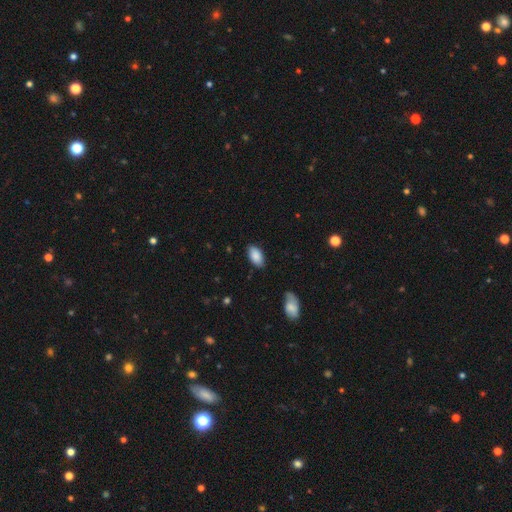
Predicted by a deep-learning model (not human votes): Q: Smooth or featured?
A: smooth (88%); runner-up: star or artifact (7%)
Q: How rounded?
A: in between (95%); runner-up: round (3%)
Q: Merging?
A: none (84%); runner-up: minor disturbance (12%)